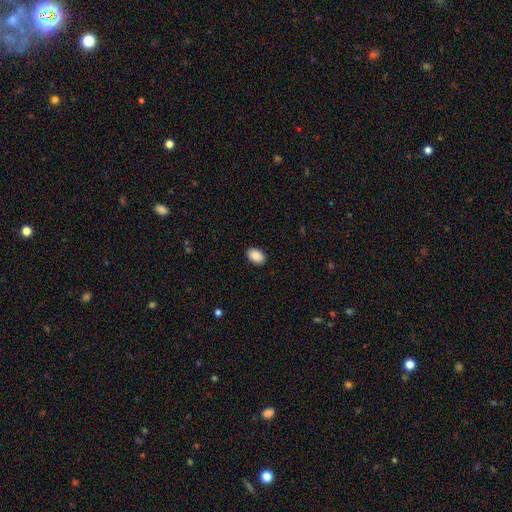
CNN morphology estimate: A smooth galaxy with no disk features (90%) that is in between round and cigar-shaped (86%). Merging: none (90%).